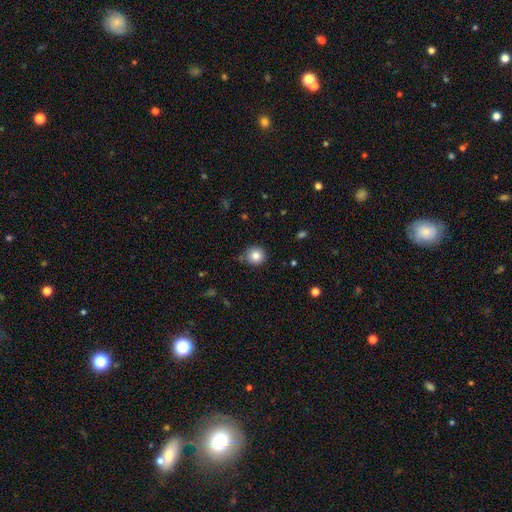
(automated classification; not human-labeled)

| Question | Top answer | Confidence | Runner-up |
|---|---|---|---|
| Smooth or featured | smooth | 82% | star or artifact (10%) |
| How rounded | round | 93% | in between (6%) |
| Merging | none | 82% | minor disturbance (13%) |